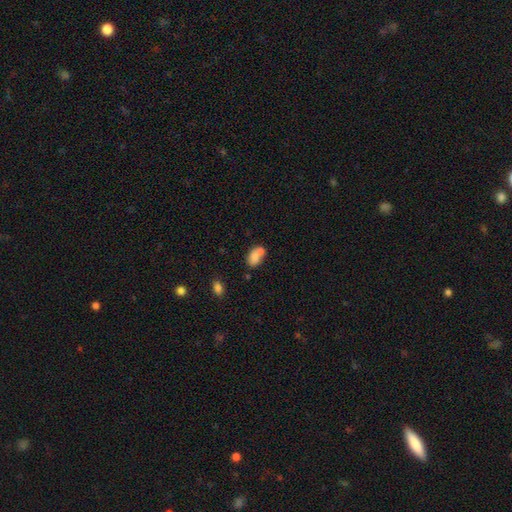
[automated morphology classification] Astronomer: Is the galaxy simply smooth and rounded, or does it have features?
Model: smooth — 77%.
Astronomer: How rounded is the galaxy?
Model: in between — 82%.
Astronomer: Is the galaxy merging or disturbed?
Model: merger — 48% (runner-up: none, 34%).